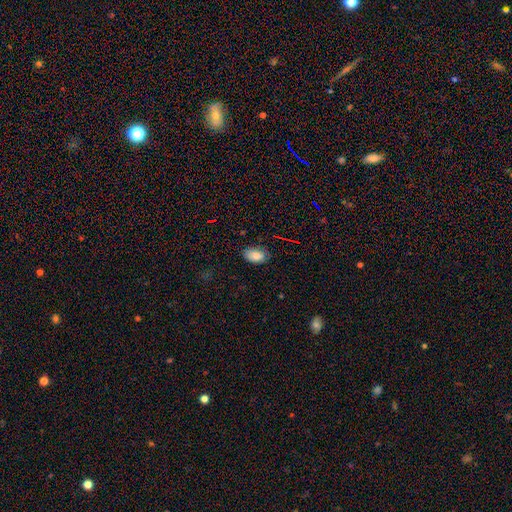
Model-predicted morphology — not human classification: Smooth or featured? smooth (80%)
How rounded? in between (92%)
Merging? none (78%)